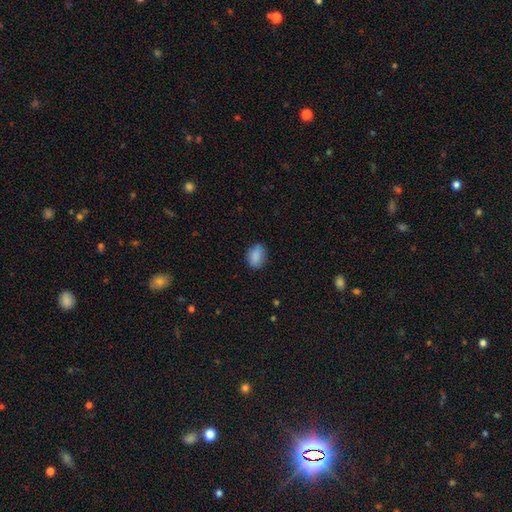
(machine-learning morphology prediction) This is clearly a smooth galaxy (86%). How rounded: likely in between (71%). Merging: likely none (73%).